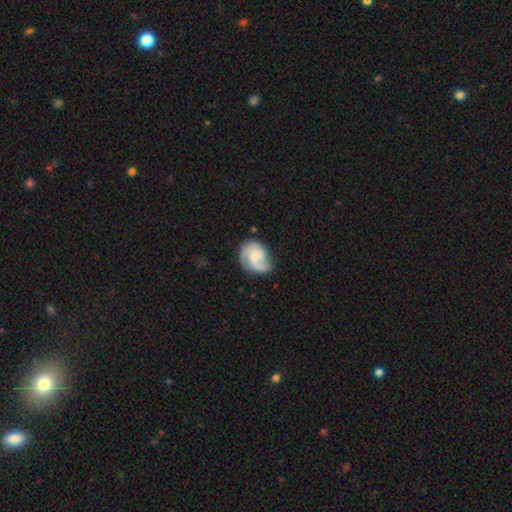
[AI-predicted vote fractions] This is likely a featured or disk galaxy (77%). It is clearly not viewed edge-on (98%). Bar: likely no (62%). Spiral arm pattern: clearly yes (96%). Spiral arm count: likely 2 (61%). Spiral winding: possibly medium (46%). Central bulge: possibly small (47%). Merging: likely none (63%).